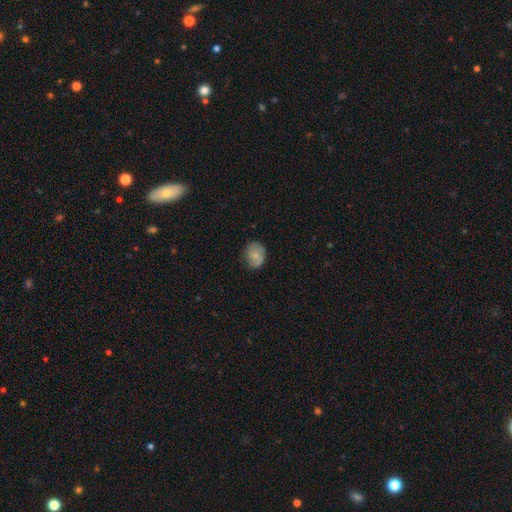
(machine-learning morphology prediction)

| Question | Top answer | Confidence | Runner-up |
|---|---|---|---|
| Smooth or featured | smooth | 66% | featured or disk (27%) |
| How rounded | round | 56% | in between (43%) |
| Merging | none | 73% | minor disturbance (21%) |